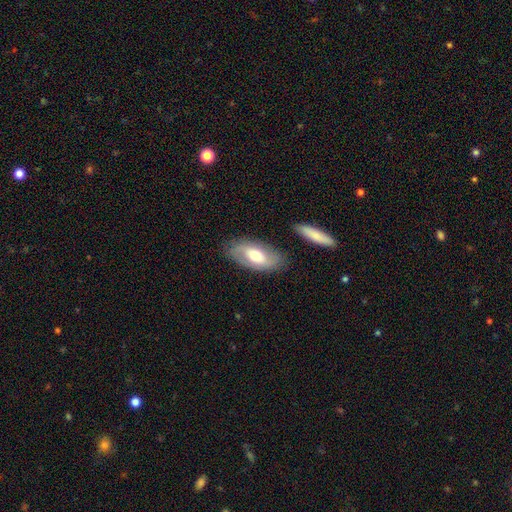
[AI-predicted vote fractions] smooth_or_featured: smooth (p=0.50) [alt: featured or disk p=0.44]
merging: none (p=0.78) [alt: minor disturbance p=0.15]